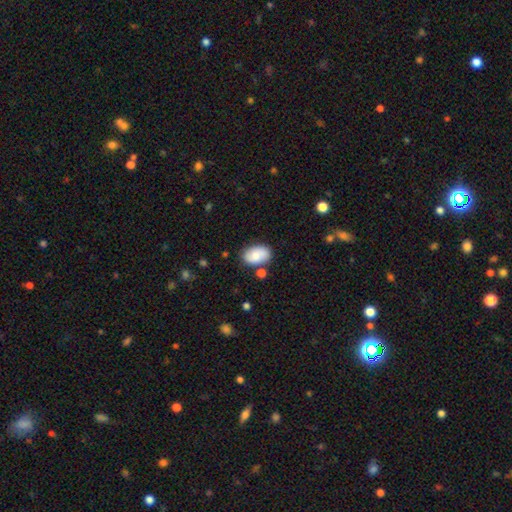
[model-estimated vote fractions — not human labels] A smooth galaxy with no disk features (74%) that is in between round and cigar-shaped (89%).

Vote fractions:
- Smooth or featured? smooth: 74% / featured or disk: 19% / star or artifact: 7%
- How rounded? in between: 89% / round: 10% / cigar-shaped: 1%
- Merging? none: 76% / minor disturbance: 15% / merger: 6% / major disturbance: 3%